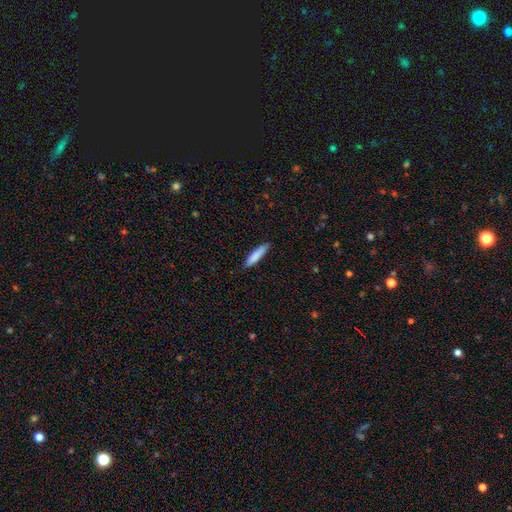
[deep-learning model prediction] This is clearly a smooth galaxy (84%). How rounded: clearly cigar-shaped (84%). Merging: clearly none (87%).